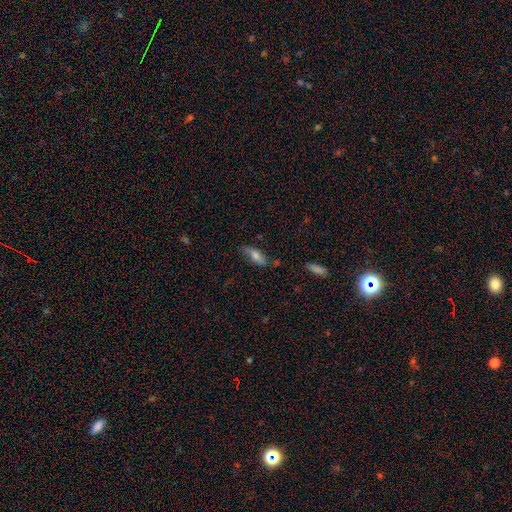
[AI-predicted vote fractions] smooth_or_featured: smooth (p=0.65) [alt: featured or disk p=0.27]
how_rounded: in between (p=0.62) [alt: cigar-shaped p=0.35]
merging: none (p=0.71) [alt: minor disturbance p=0.21]